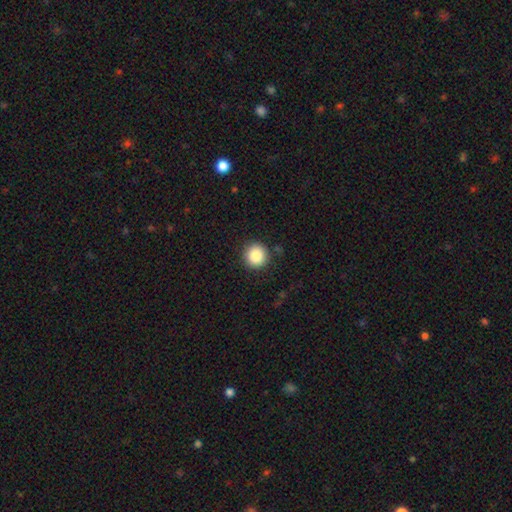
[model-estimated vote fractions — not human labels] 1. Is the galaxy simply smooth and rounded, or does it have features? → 86% smooth, 9% star or artifact, 5% featured or disk.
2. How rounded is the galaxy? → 94% round, 5% in between, 1% cigar-shaped.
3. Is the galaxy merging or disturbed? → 89% none, 7% minor disturbance, 2% major disturbance, 1% merger.